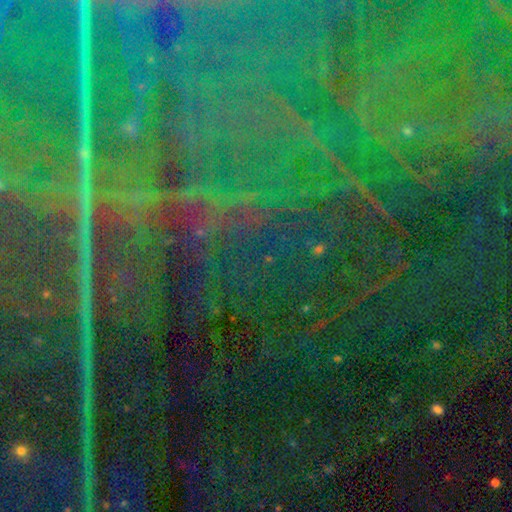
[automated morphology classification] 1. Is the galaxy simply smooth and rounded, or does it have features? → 89% star or artifact, 6% featured or disk, 5% smooth.